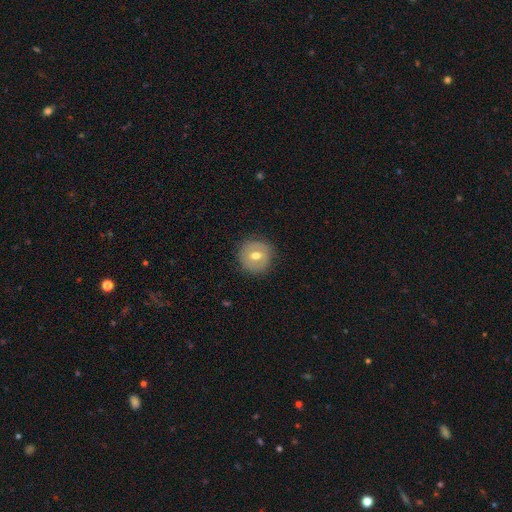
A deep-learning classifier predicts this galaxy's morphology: This is possibly a smooth galaxy (56%). How rounded: clearly round (93%). Merging: clearly none (85%).